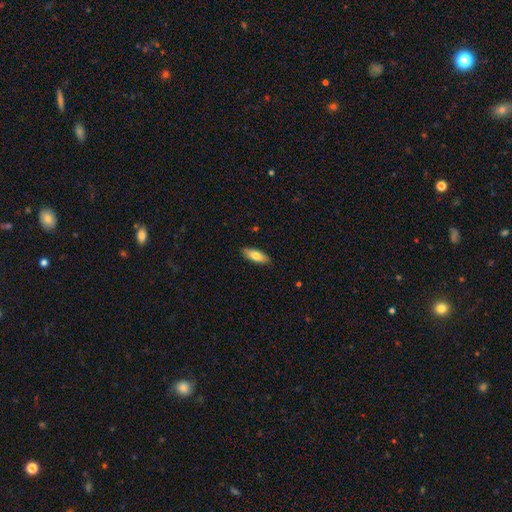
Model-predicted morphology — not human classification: Overall: smooth (79%). How rounded: in between (69%). Merging: none (88%).